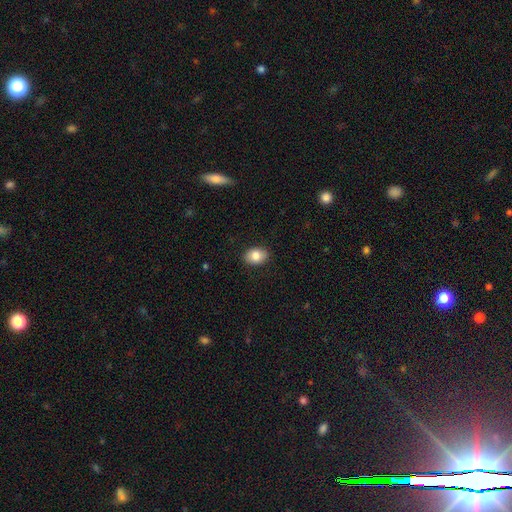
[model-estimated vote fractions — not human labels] Morphology: type=smooth (84%); roundness=in between (74%); merging=none (87%).